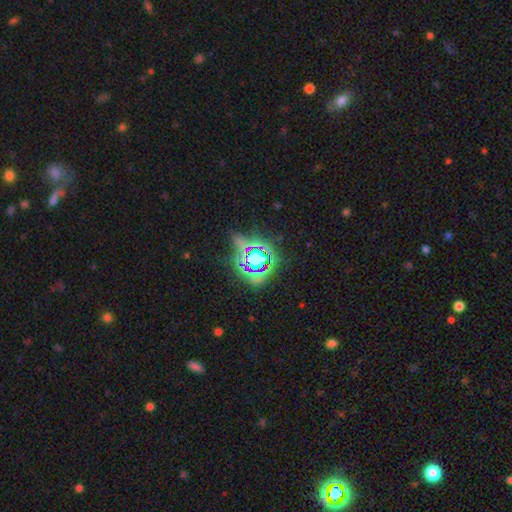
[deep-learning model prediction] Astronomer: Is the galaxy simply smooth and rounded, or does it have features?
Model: star or artifact — 77%.